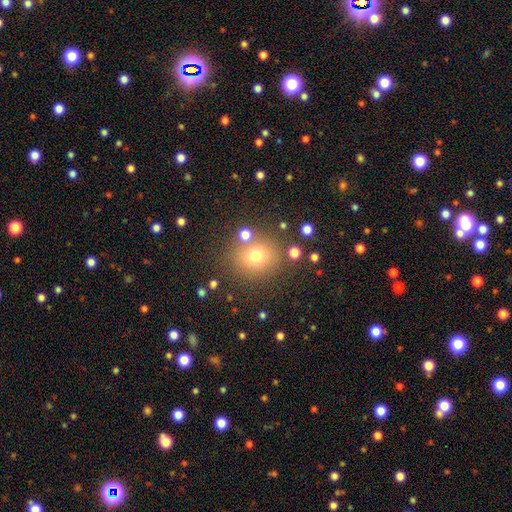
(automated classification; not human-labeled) The model was most divided on "smooth or featured": smooth: 72%, star or artifact: 17%, featured or disk: 11%. More confident: how rounded — round (83%); merging — none (78%).